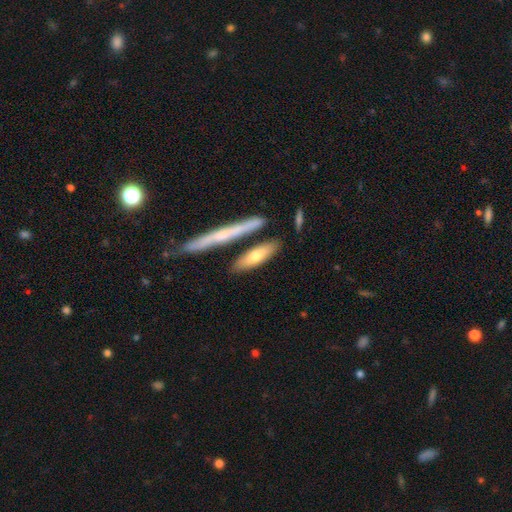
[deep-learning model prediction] Q: Smooth or featured?
A: smooth (67%); runner-up: featured or disk (28%)
Q: How rounded?
A: cigar-shaped (57%); runner-up: in between (40%)
Q: Merging?
A: none (72%); runner-up: merger (13%)